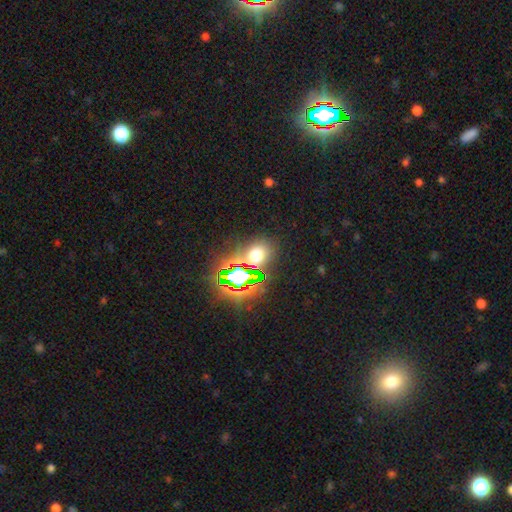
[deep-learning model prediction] Smooth or featured: smooth — 47% (star or artifact — 43%)
Merging: none — 72% (minor disturbance — 12%)